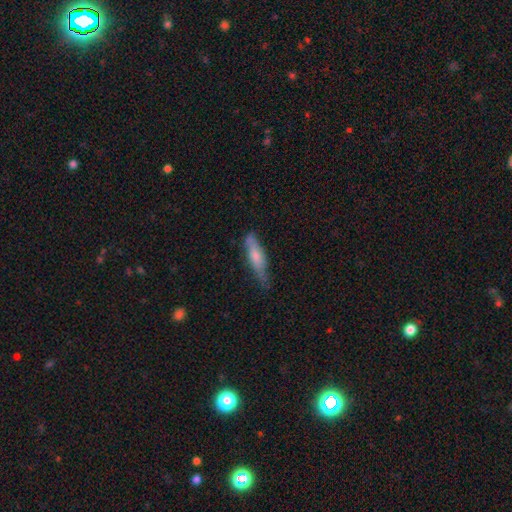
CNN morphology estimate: smooth_or_featured: smooth (p=0.61) [alt: featured or disk p=0.33]
how_rounded: cigar-shaped (p=0.71) [alt: in between p=0.27]
merging: none (p=0.60) [alt: minor disturbance p=0.31]